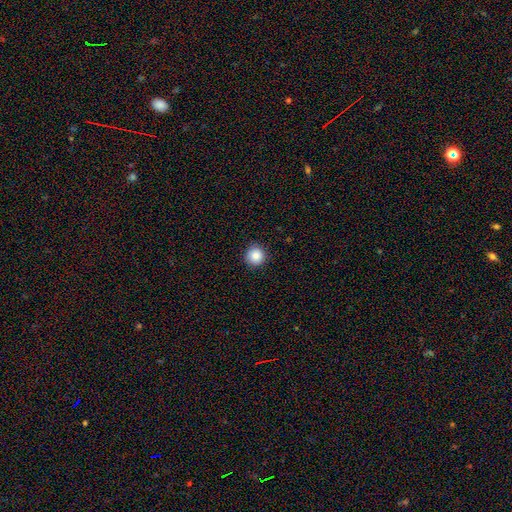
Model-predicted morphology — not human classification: Smooth or featured?
  - smooth: 86% *
  - star or artifact: 10%
  - featured or disk: 4%
How rounded?
  - round: 94% *
  - in between: 5%
  - cigar-shaped: 1%
Merging?
  - none: 91% *
  - minor disturbance: 6%
  - major disturbance: 2%
  - merger: 1%